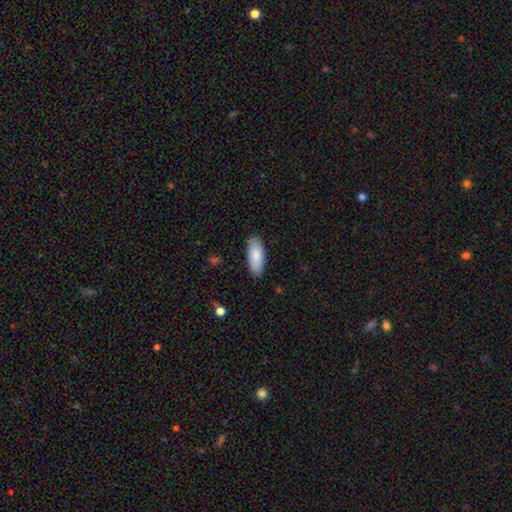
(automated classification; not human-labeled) Smooth or featured?
  - smooth: 86% *
  - featured or disk: 9%
  - star or artifact: 5%
How rounded?
  - in between: 83% *
  - cigar-shaped: 16%
  - round: 2%
Merging?
  - none: 87% *
  - minor disturbance: 10%
  - major disturbance: 2%
  - merger: 1%